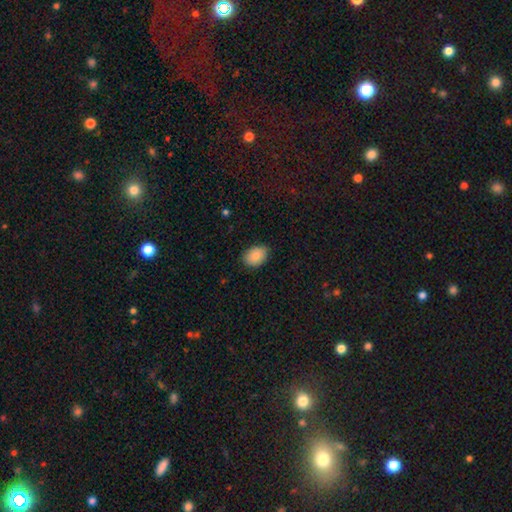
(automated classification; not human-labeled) Overall: smooth (87%). How rounded: in between (75%). Merging: none (80%).